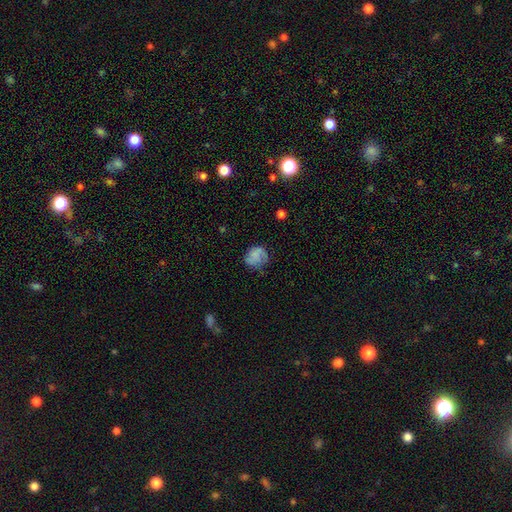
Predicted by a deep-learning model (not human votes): Morphology: type=smooth (61%); roundness=round (66%); merging=none (61%).